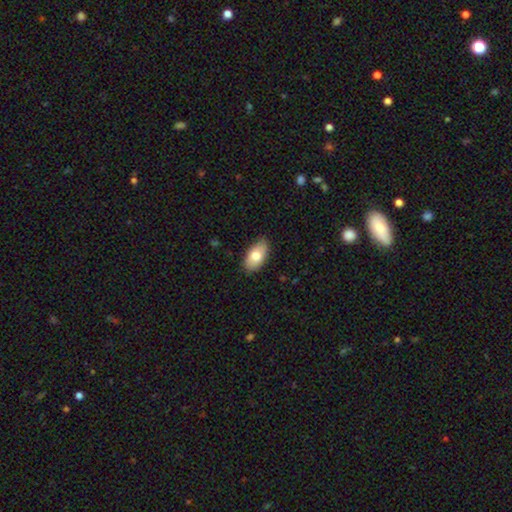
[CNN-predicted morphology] smooth_or_featured: smooth (p=0.79) [alt: featured or disk p=0.15]
how_rounded: in between (p=0.94) [alt: round p=0.04]
merging: none (p=0.85) [alt: minor disturbance p=0.12]